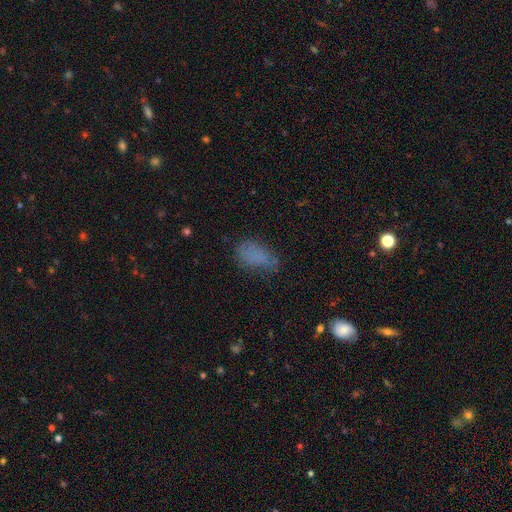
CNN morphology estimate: Smooth or featured? smooth (76%)
How rounded? in between (89%)
Merging? none (55%)